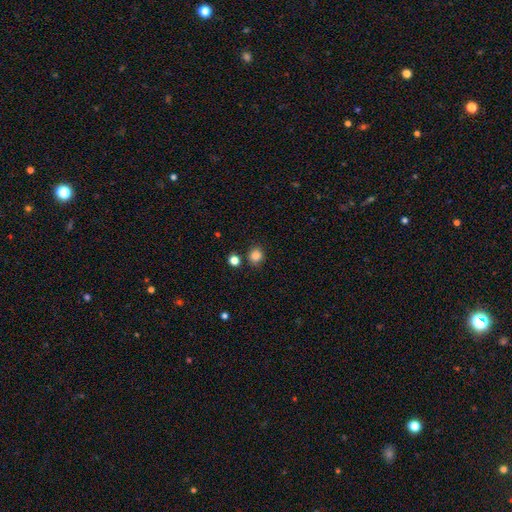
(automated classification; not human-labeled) This is clearly a smooth galaxy (84%). How rounded: clearly round (84%). Merging: clearly none (83%).